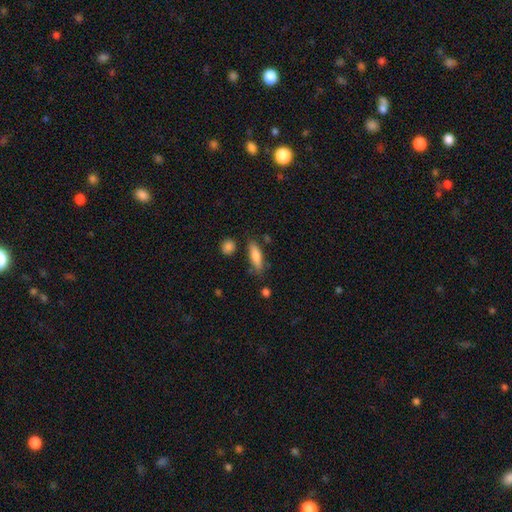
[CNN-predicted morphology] type=smooth (79%); roundness=cigar-shaped (58%); merging=none (77%).